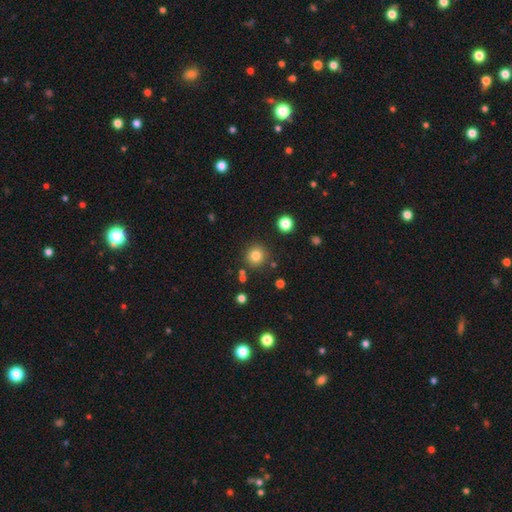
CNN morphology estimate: Smooth or featured? smooth (81%)
How rounded? round (94%)
Merging? none (86%)